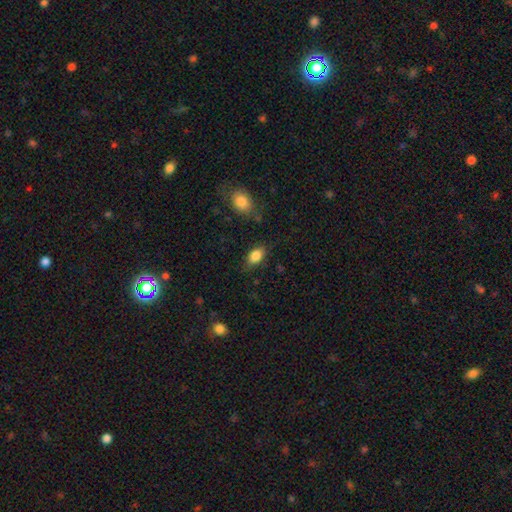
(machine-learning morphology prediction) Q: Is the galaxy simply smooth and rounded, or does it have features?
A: smooth — 85%.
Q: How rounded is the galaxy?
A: in between — 88%.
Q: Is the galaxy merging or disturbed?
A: none — 79%.